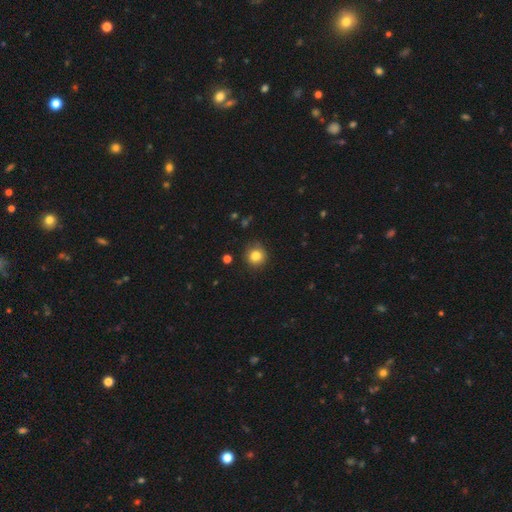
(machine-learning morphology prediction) smooth 83%, star or artifact 11%, featured or disk 6%. Down the decision tree: how rounded — round (90%); merging — none (83%).